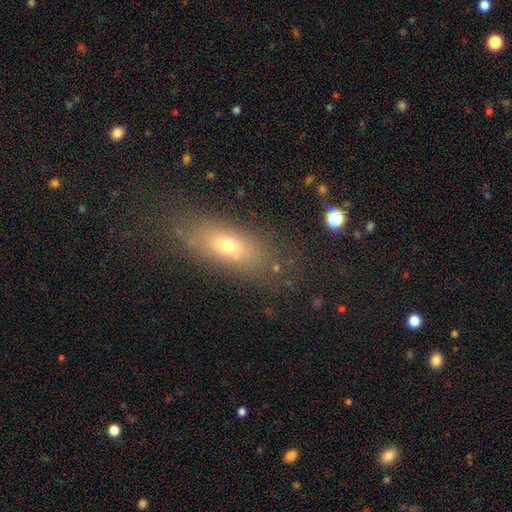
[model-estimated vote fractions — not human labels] Smooth or featured: smooth — 58% (featured or disk — 24%)
How rounded: in between — 58% (cigar-shaped — 36%)
Merging: none — 80% (minor disturbance — 13%)